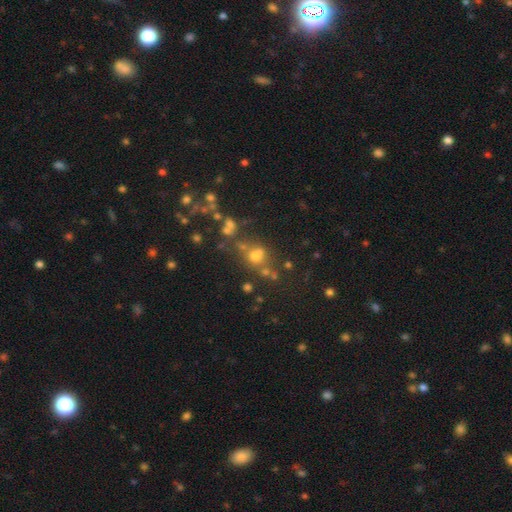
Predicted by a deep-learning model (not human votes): Overall: smooth (54%; star or artifact 29%). How rounded: round (76%). Merging: none (54%; merger 25%).